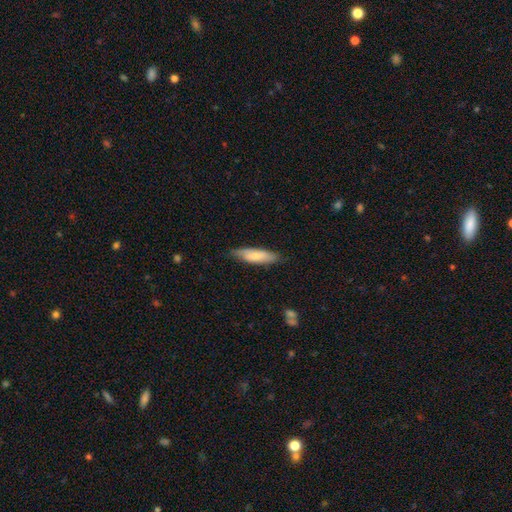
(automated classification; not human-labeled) Morphology: type=smooth (72%); roundness=cigar-shaped (61%); merging=none (79%).